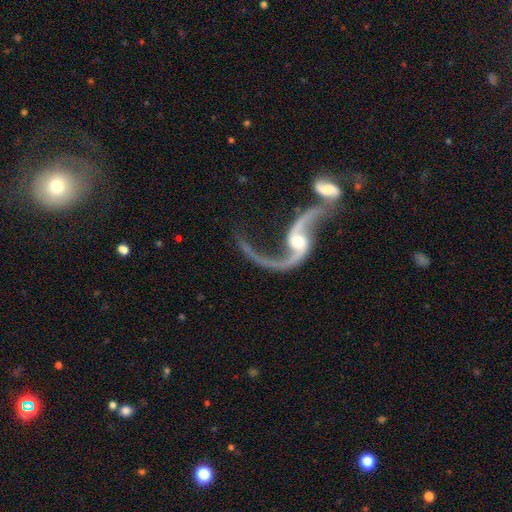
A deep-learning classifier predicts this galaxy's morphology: Smooth or featured? featured or disk (90%)
Edge-on disk? no (94%)
Bar? no (54%)
Spiral arms? yes (94%)
Spiral winding? loose (88%)
Spiral arm count? 2 (89%)
Bulge size? moderate (52%)
Merging? none (33%, tied with merger)